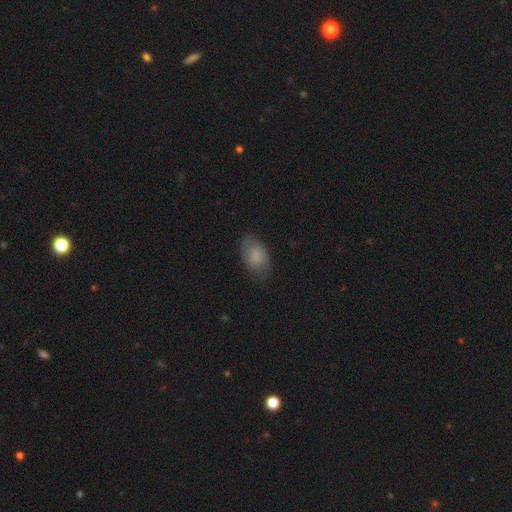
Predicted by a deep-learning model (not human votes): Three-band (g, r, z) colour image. It shows a smooth galaxy with no disk features (73%) that is in between round and cigar-shaped (91%). Merging: none (73%).